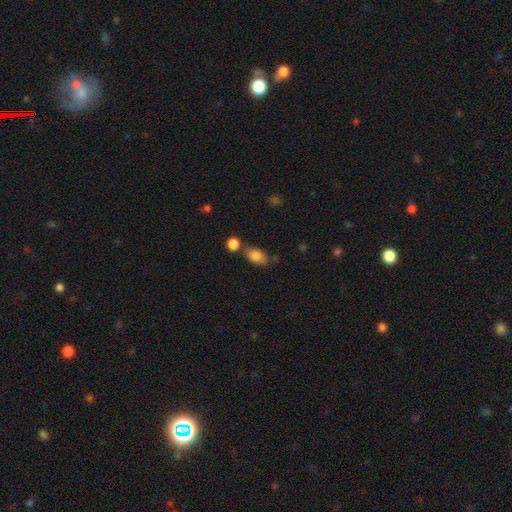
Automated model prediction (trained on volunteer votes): Overall: smooth (84%). How rounded: in between (88%). Merging: none (63%).